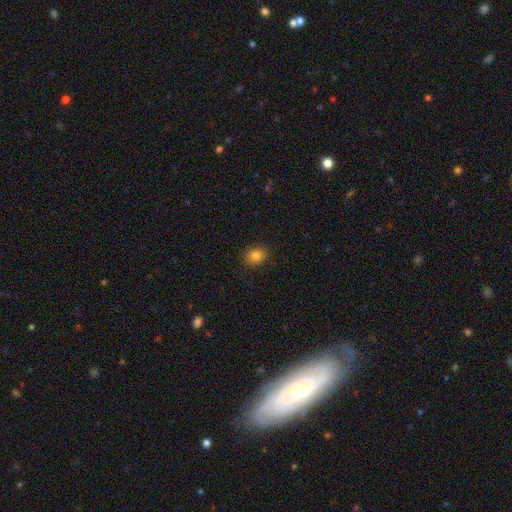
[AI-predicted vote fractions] Smooth or featured: smooth — 82% (star or artifact — 12%)
How rounded: round — 62% (in between — 37%)
Merging: none — 89% (minor disturbance — 8%)